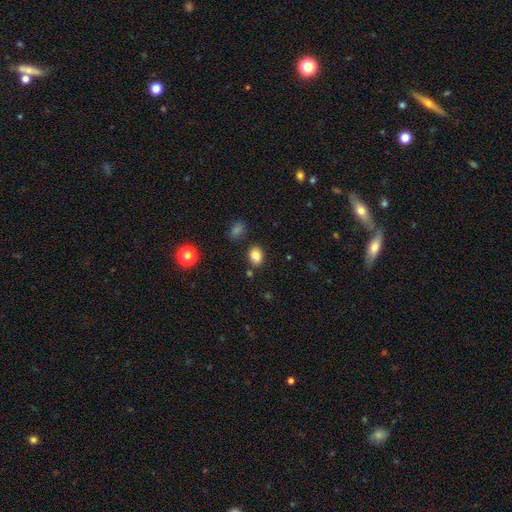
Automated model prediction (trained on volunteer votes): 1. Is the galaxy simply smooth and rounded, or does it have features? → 85% smooth, 11% star or artifact, 4% featured or disk.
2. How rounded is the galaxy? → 65% in between, 34% round, 1% cigar-shaped.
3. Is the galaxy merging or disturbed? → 79% none, 11% minor disturbance, 6% merger, 4% major disturbance.